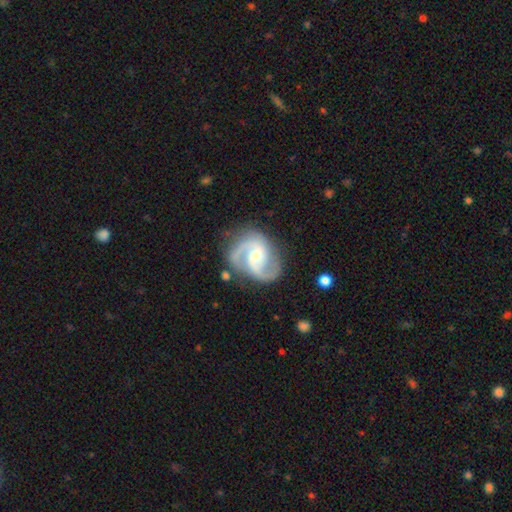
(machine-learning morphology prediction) smooth-or-featured: featured or disk: 90% | smooth: 5% | star or artifact: 5%
  disk-edge-on: no: 98% | yes: 2%
    bar: no: 46% | weak: 41% | strong: 13%
    has-spiral-arms: yes: 98% | no: 2%
      spiral-winding: medium: 59% | tight: 22% | loose: 19%
      spiral-arm-count: 2: 88% | 3: 5% | can't tell: 3% | 1: 2% | 4: 1% | more than 4: 1%
    bulge-size: moderate: 64% | small: 31% | large: 3% | none: 1% | dominant: 1%
  merging: none: 75% | minor disturbance: 17% | major disturbance: 6% | merger: 2%